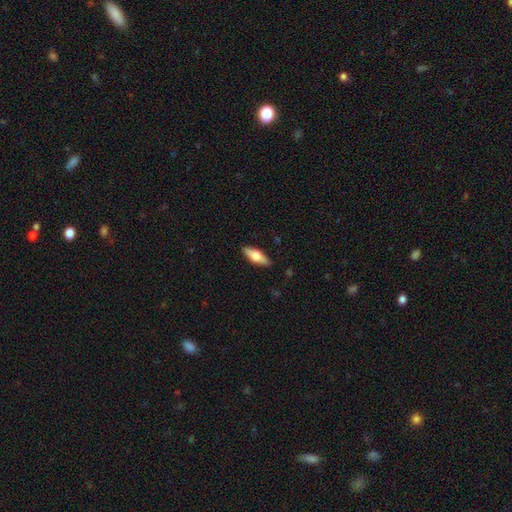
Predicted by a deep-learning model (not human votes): Q: Smooth or featured?
A: smooth (60%); runner-up: featured or disk (34%)
Q: How rounded?
A: in between (61%); runner-up: cigar-shaped (36%)
Q: Merging?
A: none (88%); runner-up: minor disturbance (9%)